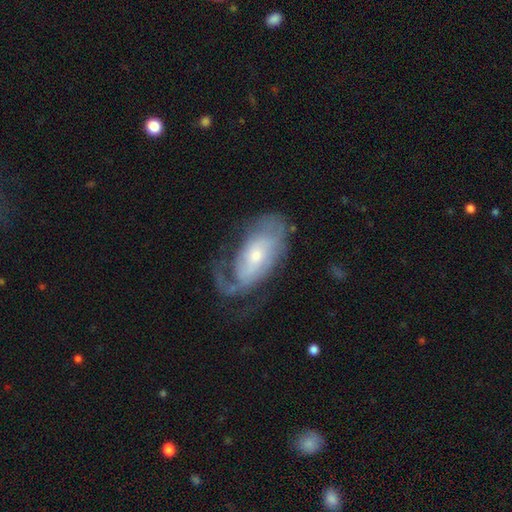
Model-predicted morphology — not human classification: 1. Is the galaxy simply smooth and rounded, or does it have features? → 70% featured or disk, 24% smooth, 6% star or artifact.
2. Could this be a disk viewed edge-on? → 93% no, 7% yes.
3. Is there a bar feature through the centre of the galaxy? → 66% no, 28% weak, 7% strong.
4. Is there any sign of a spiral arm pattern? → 80% yes, 20% no.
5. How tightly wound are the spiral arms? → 38% tight, 36% medium, 26% loose.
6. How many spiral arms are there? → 32% 1 (tied), 32% can't tell (tied), 28% 2, 4% 3, 2% 4, 2% more than 4.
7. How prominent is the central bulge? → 50% small, 43% moderate, 4% large, 2% none, 1% dominant.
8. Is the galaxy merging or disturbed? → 39% none, 35% major disturbance, 24% minor disturbance, 2% merger.